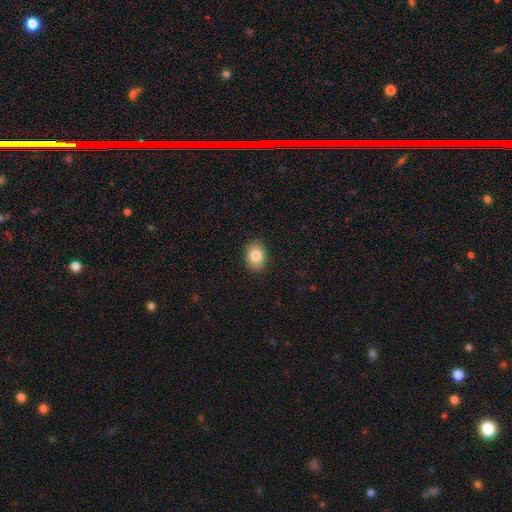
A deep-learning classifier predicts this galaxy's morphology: Smooth or featured? Predicted: smooth (p=0.83). How rounded? Predicted: in between (p=0.66). Merging? Predicted: none (p=0.90).